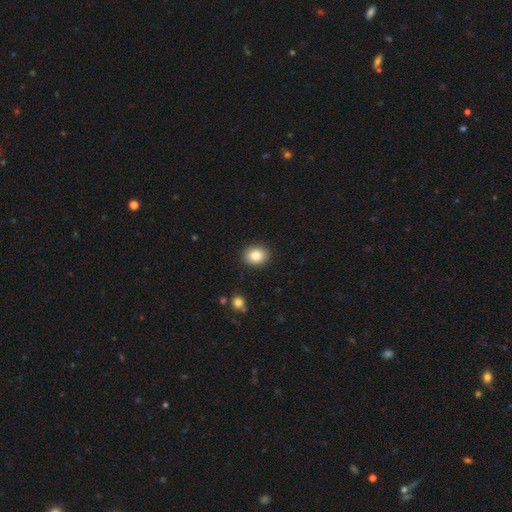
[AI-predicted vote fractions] smooth 85%, star or artifact 9%, featured or disk 6%. Down the decision tree: how rounded — round (55%); merging — none (90%).